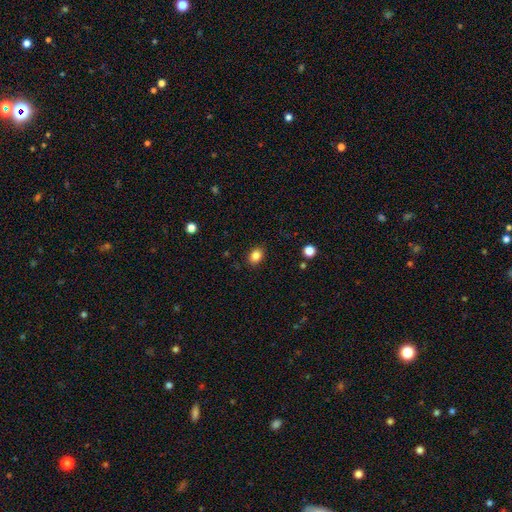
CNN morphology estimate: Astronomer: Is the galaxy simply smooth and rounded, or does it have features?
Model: smooth — 85%.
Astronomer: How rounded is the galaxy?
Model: in between — 62% (runner-up: round, 37%).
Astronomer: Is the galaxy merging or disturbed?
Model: none — 88%.